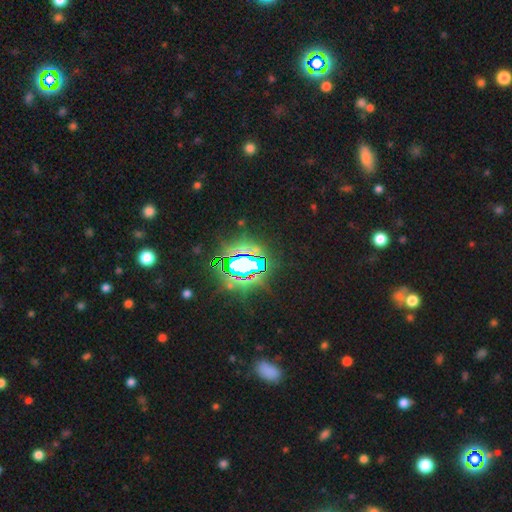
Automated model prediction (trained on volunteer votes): Q: Smooth or featured?
A: star or artifact (76%); runner-up: smooth (13%)